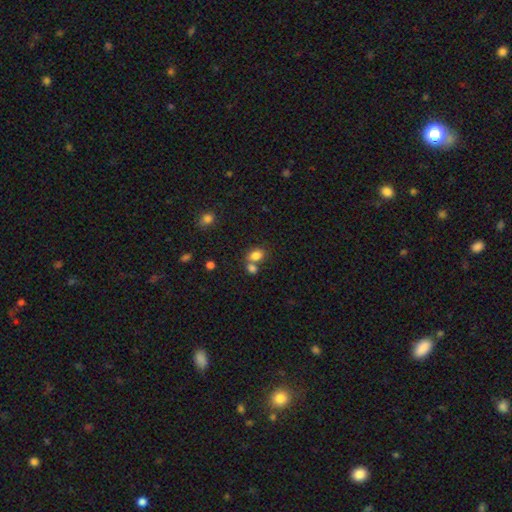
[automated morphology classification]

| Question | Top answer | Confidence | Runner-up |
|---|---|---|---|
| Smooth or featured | smooth | 81% | star or artifact (11%) |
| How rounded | in between | 66% | round (32%) |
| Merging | none | 44% | merger (43%) |